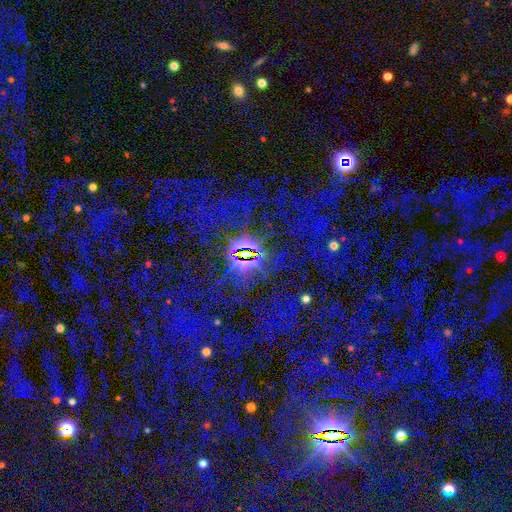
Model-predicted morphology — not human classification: The model was most divided on "smooth or featured": star or artifact: 80%, featured or disk: 10%, smooth: 10%.